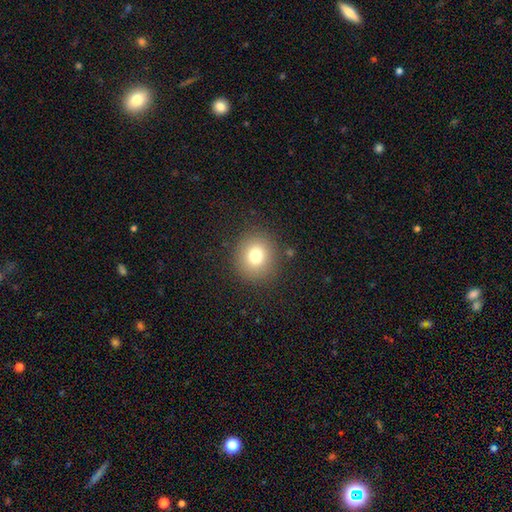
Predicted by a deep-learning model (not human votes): This appears to be a smooth galaxy with no disk features (77%) that is round (86%). Merging: none (87%).